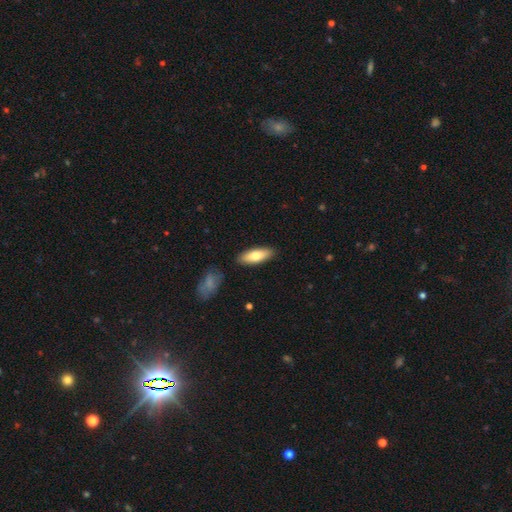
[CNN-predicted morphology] This appears to be a smooth galaxy with no disk features (76%) that is in between round and cigar-shaped (70%). Merging: none (88%).